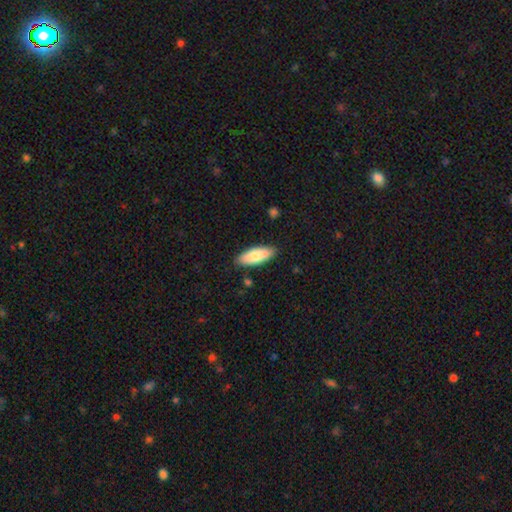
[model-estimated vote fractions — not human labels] smooth-or-featured: smooth: 80% | featured or disk: 15% | star or artifact: 6%
  how-rounded: in between: 74% | cigar-shaped: 24% | round: 2%
  merging: none: 85% | minor disturbance: 11% | major disturbance: 2% | merger: 2%